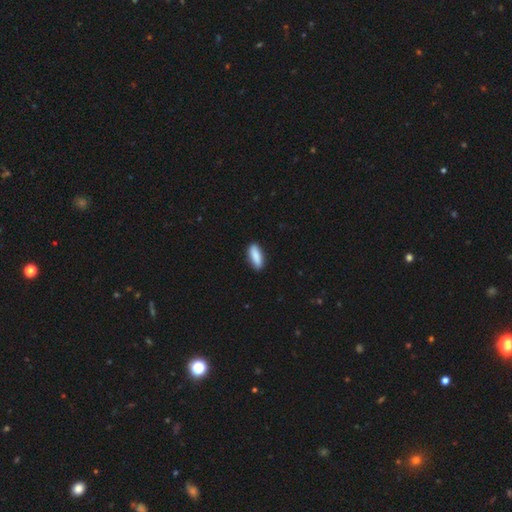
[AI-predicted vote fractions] smooth-or-featured: smooth: 88% | featured or disk: 6% | star or artifact: 6%
  how-rounded: in between: 64% | cigar-shaped: 34% | round: 2%
  merging: none: 87% | minor disturbance: 10% | major disturbance: 2% | merger: 1%